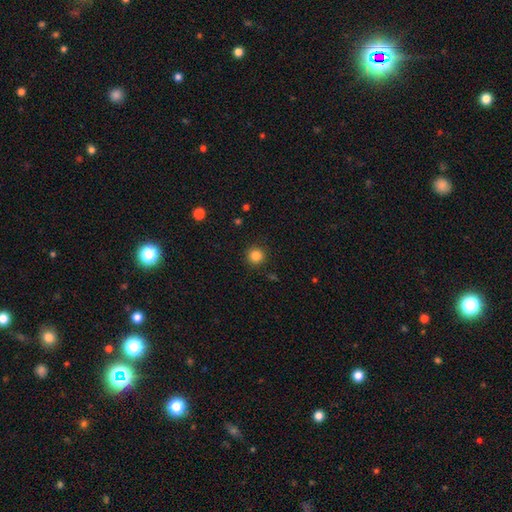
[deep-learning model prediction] The model was most divided on "smooth or featured": smooth: 84%, star or artifact: 12%, featured or disk: 5%. More confident: how rounded — round (95%); merging — none (91%).